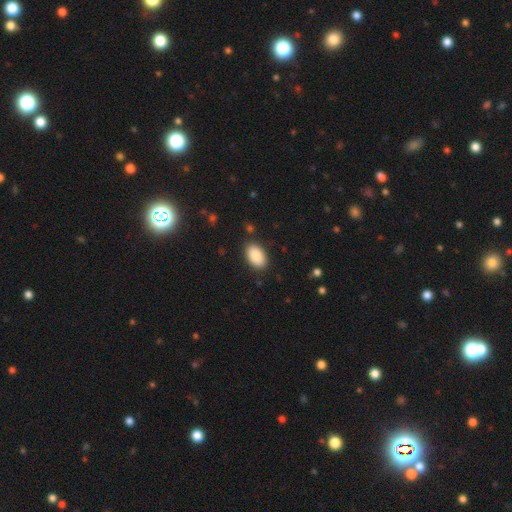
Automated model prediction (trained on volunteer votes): Q: Smooth or featured?
A: smooth (88%); runner-up: star or artifact (7%)
Q: How rounded?
A: in between (93%); runner-up: round (6%)
Q: Merging?
A: none (87%); runner-up: minor disturbance (10%)